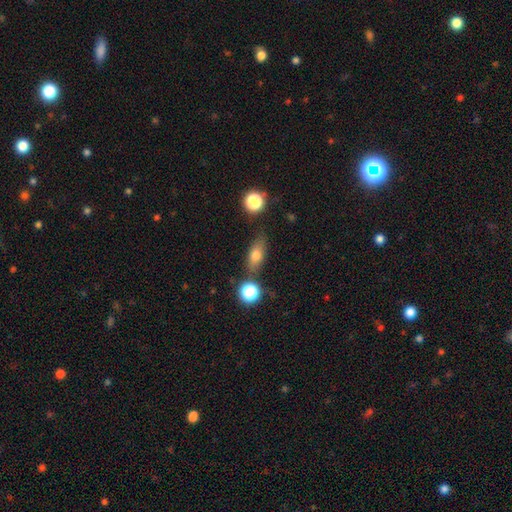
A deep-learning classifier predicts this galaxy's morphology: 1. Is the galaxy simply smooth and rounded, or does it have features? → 73% smooth, 16% featured or disk, 11% star or artifact.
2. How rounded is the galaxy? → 72% in between, 16% cigar-shaped, 12% round.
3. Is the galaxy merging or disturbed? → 72% none, 15% minor disturbance, 8% merger, 4% major disturbance.